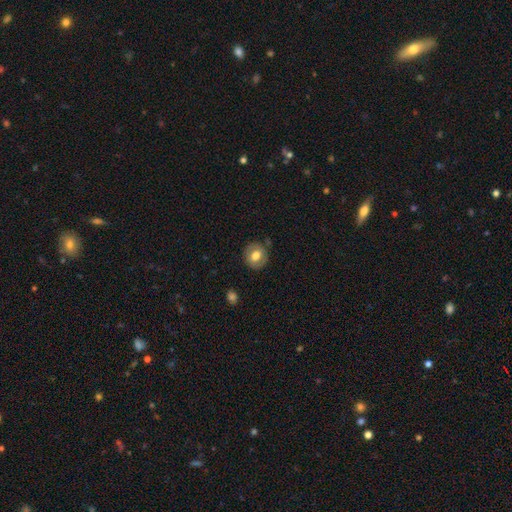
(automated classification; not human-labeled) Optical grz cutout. It shows a smooth galaxy with no disk features (69%) that is round (79%). Merging: none (81%).